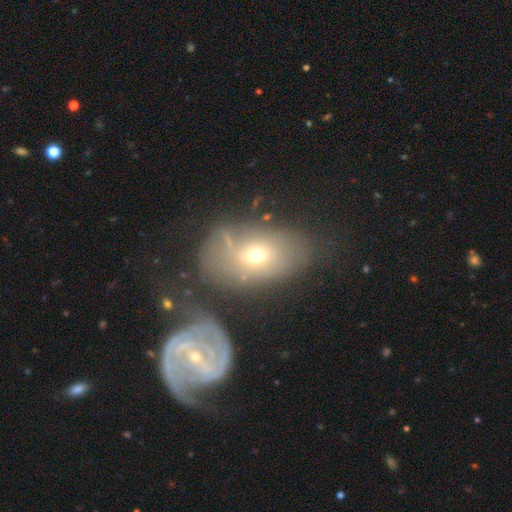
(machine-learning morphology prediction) Smooth or featured?
  - featured or disk: 53% *
  - smooth: 37%
  - star or artifact: 10%
Edge-on disk?
  - no: 92% *
  - yes: 8%
Merging?
  - none: 43% *
  - merger: 25%
  - minor disturbance: 19%
  - major disturbance: 12%